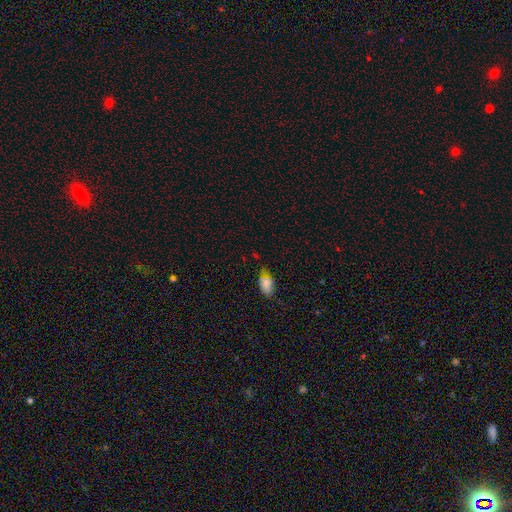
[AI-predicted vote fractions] A smooth galaxy with no disk features (67%) that is in between round and cigar-shaped (80%).

Vote fractions:
- Smooth or featured? smooth: 67% / star or artifact: 23% / featured or disk: 10%
- How rounded? in between: 80% / round: 14% / cigar-shaped: 6%
- Merging? none: 65% / minor disturbance: 25% / major disturbance: 7% / merger: 3%